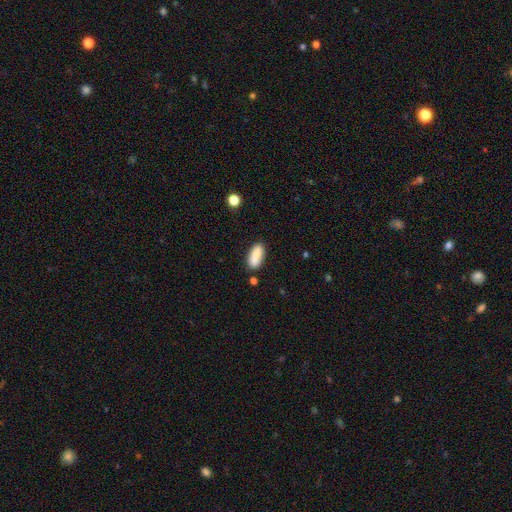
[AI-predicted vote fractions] smooth_or_featured: smooth (p=0.84) [alt: featured or disk p=0.09]
how_rounded: in between (p=0.78) [alt: cigar-shaped p=0.19]
merging: none (p=0.77) [alt: minor disturbance p=0.14]